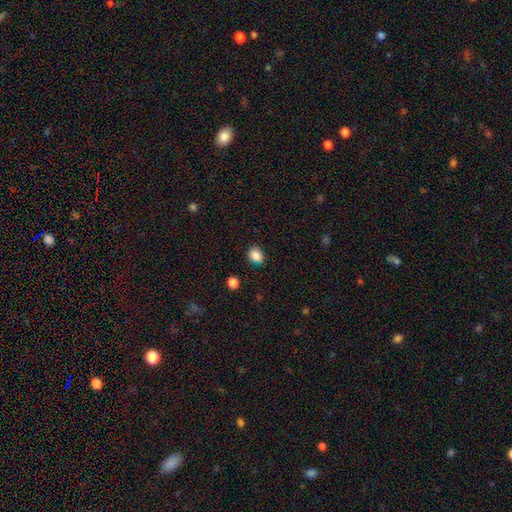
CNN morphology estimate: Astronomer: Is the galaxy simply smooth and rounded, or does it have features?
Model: smooth — 85%.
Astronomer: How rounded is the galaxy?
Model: round — 51% (runner-up: in between, 48%).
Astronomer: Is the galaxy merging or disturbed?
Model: none — 78%.